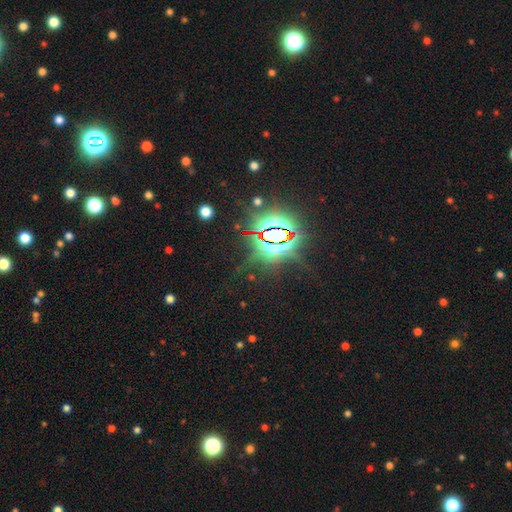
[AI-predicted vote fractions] Overall: star or artifact (84%).